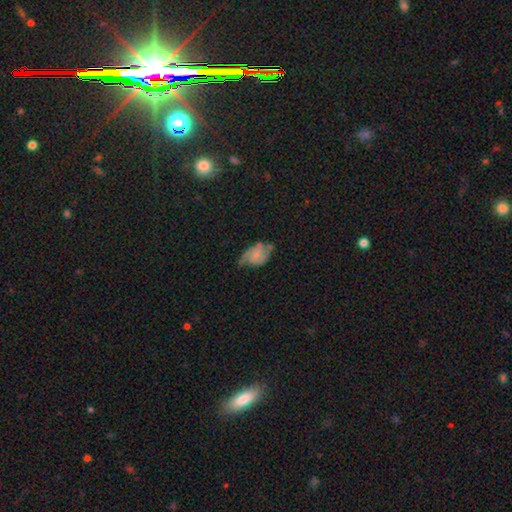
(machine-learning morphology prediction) Smooth or featured? Predicted: featured or disk (p=0.54). Edge-on disk? Predicted: no (p=0.97). Bar? Predicted: no (p=0.69). Spiral arms? Predicted: yes (p=0.82). Bulge size? Predicted: small (p=0.54). Merging? Predicted: none (p=0.38).